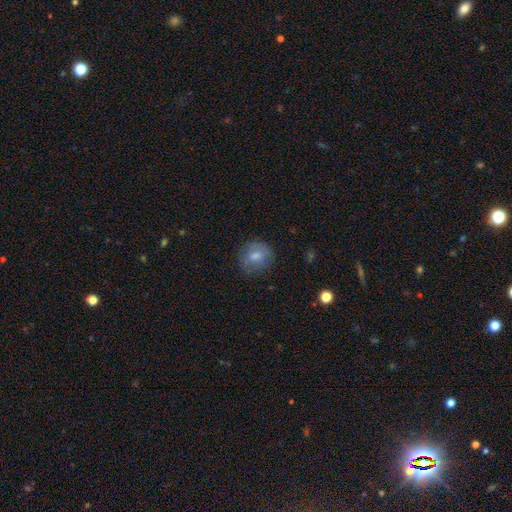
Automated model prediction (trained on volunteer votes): Smooth or featured? Predicted: smooth (p=0.74). How rounded? Predicted: round (p=0.79). Merging? Predicted: none (p=0.74).